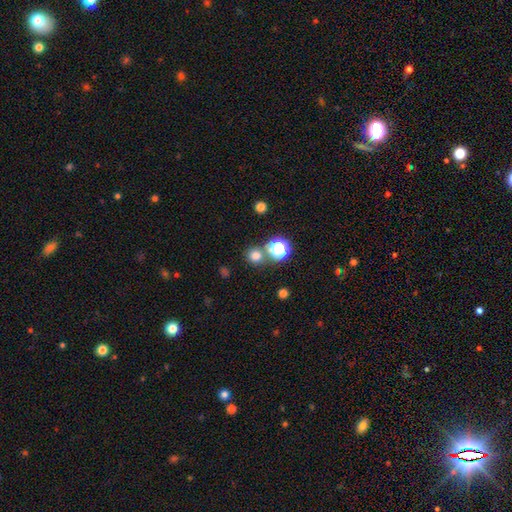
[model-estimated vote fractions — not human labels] Smooth or featured? Predicted: smooth (p=0.73). How rounded? Predicted: round (p=0.91). Merging? Predicted: none (p=0.74).